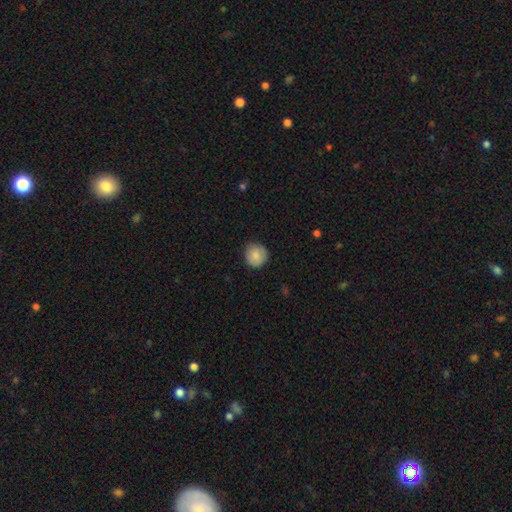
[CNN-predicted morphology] Overall: smooth (86%). How rounded: round (92%). Merging: none (85%).